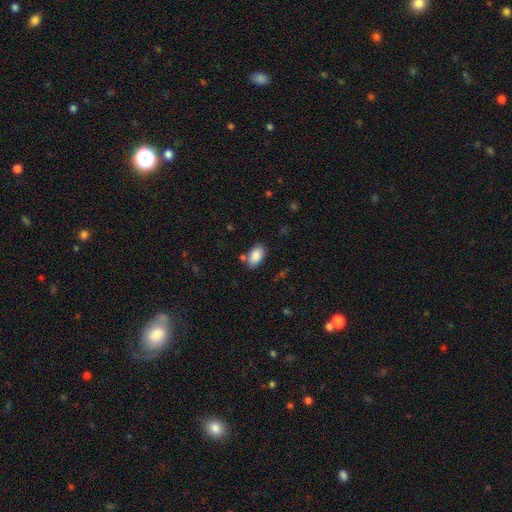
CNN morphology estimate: smooth_or_featured: smooth (p=0.87) [alt: star or artifact p=0.07]
how_rounded: in between (p=0.92) [alt: round p=0.06]
merging: none (p=0.75) [alt: minor disturbance p=0.14]